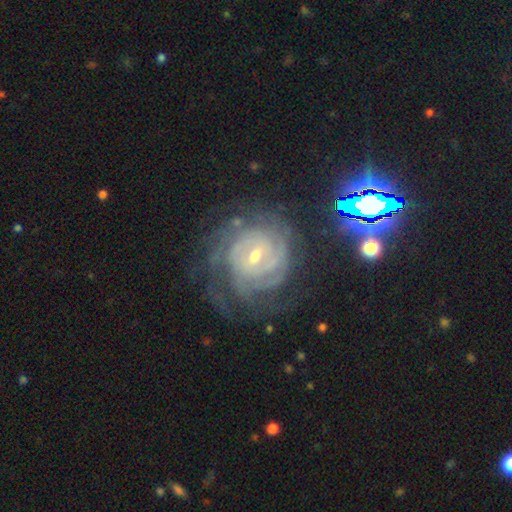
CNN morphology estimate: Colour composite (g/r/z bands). It shows a featured or disk galaxy (85%) with a weak bar (53%), tight (74%) spiral arms (95%) and a small central bulge (58%). Merging: none (64%).